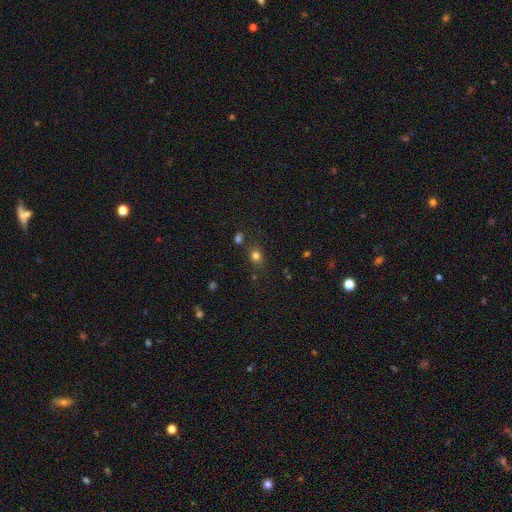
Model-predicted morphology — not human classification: The model was most divided on "how rounded": round: 60%, in between: 38%, cigar-shaped: 1%. More confident: smooth or featured — smooth (77%); merging — none (75%).